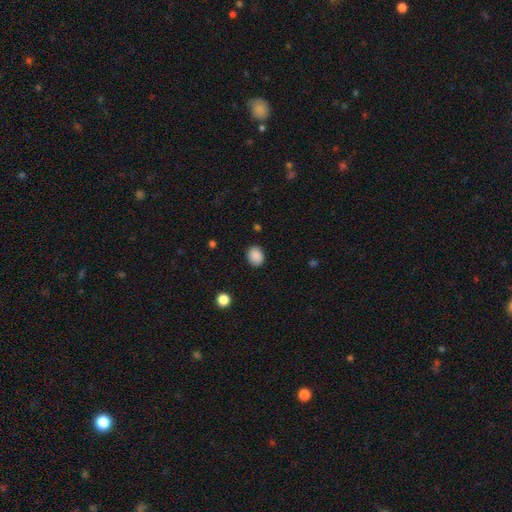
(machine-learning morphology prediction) A smooth galaxy with no disk features (89%) that is round (51%).

Vote fractions:
- Smooth or featured? smooth: 89% / star or artifact: 8% / featured or disk: 3%
- How rounded? round: 51% / in between: 48% / cigar-shaped: 1%
- Merging? none: 86% / minor disturbance: 10% / major disturbance: 3% / merger: 1%